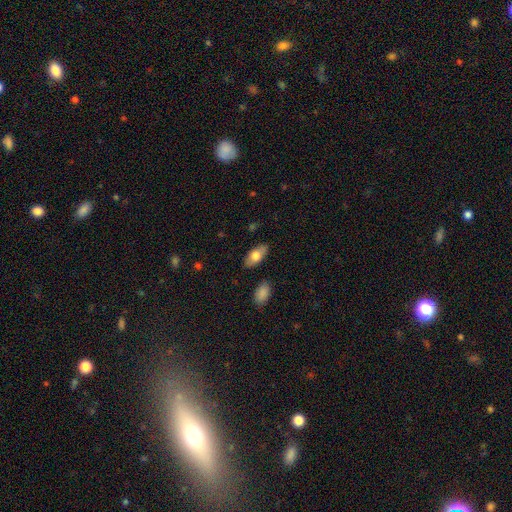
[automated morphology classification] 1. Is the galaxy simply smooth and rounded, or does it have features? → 70% smooth, 24% featured or disk, 6% star or artifact.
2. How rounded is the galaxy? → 89% in between, 7% cigar-shaped, 4% round.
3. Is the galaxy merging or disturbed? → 84% none, 12% minor disturbance, 3% major disturbance, 2% merger.